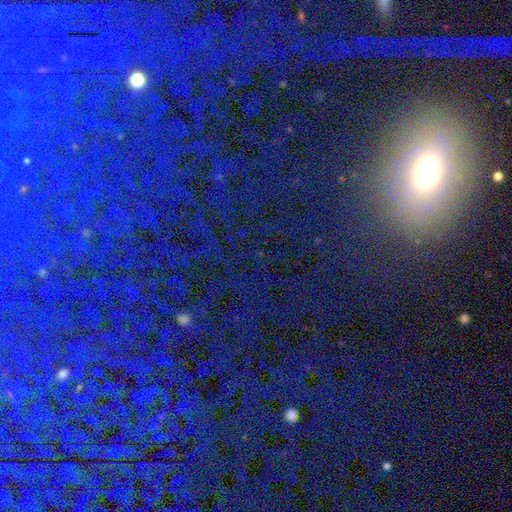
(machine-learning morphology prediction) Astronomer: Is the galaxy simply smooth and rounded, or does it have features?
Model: star or artifact — 55% (runner-up: smooth, 31%).